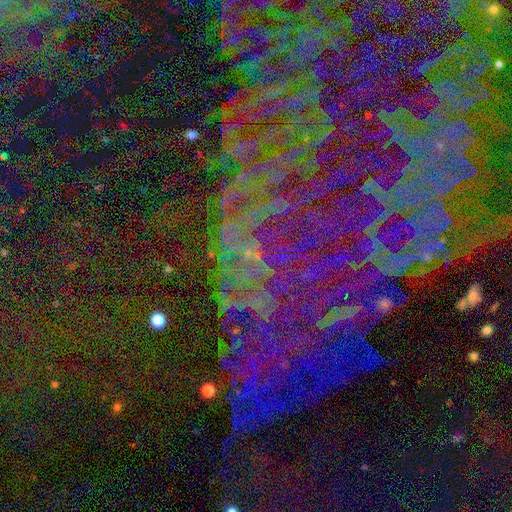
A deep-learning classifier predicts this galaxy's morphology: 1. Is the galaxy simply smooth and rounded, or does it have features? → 83% star or artifact, 9% featured or disk, 8% smooth.